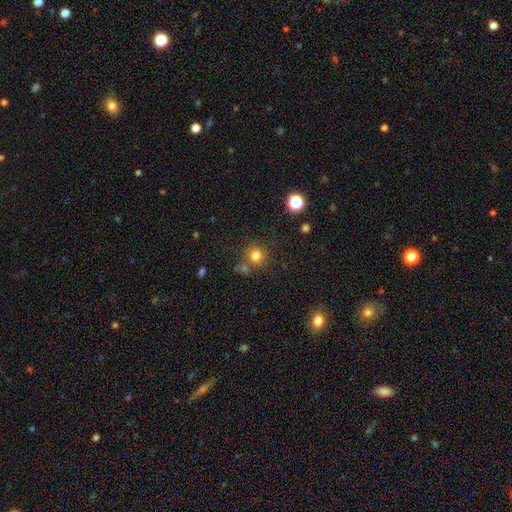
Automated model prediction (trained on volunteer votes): Smooth or featured? smooth (78%)
How rounded? round (93%)
Merging? none (77%)